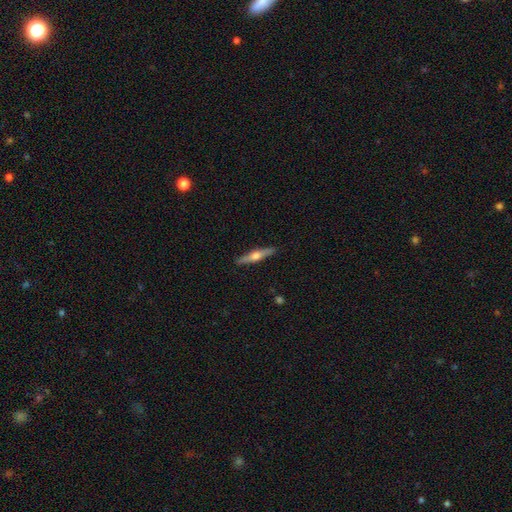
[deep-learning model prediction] A featured or disk galaxy (62%) viewed edge-on (96%) with a rounded central bulge (93%). Merging: none (91%).